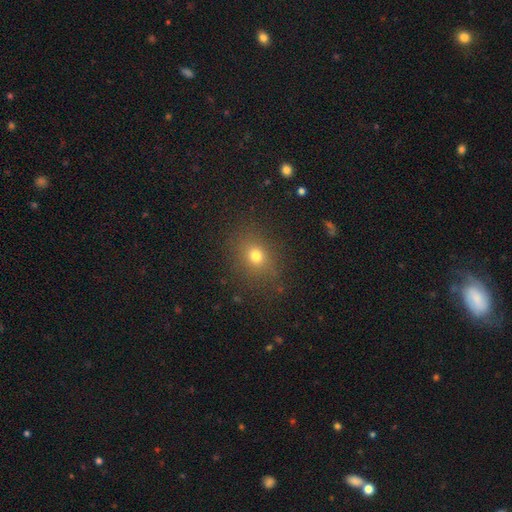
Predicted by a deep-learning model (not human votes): smooth_or_featured: smooth (p=0.72) [alt: star or artifact p=0.18]
how_rounded: round (p=0.56) [alt: in between p=0.42]
merging: none (p=0.84) [alt: minor disturbance p=0.10]